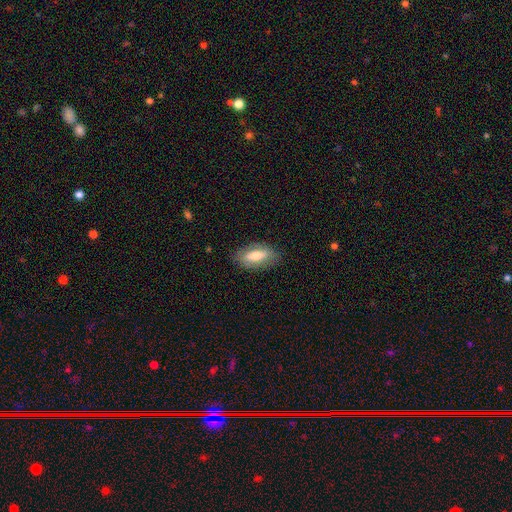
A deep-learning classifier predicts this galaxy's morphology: type=smooth (61%); roundness=in between (83%); merging=none (82%).